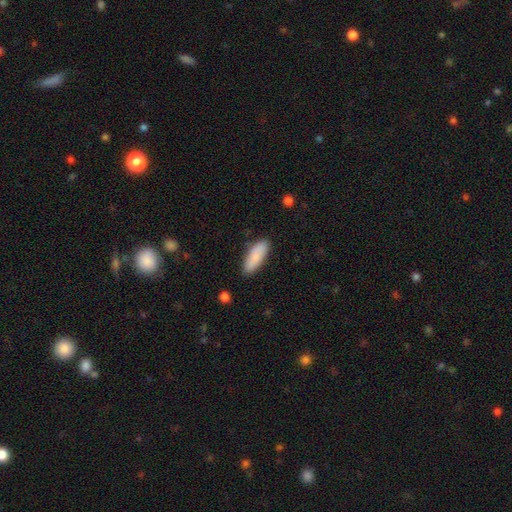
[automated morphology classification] A smooth galaxy with no disk features (88%) that is in between round and cigar-shaped (68%).

Vote fractions:
- Smooth or featured? smooth: 88% / featured or disk: 7% / star or artifact: 6%
- How rounded? in between: 68% / cigar-shaped: 30% / round: 2%
- Merging? none: 85% / minor disturbance: 11% / major disturbance: 2% / merger: 1%